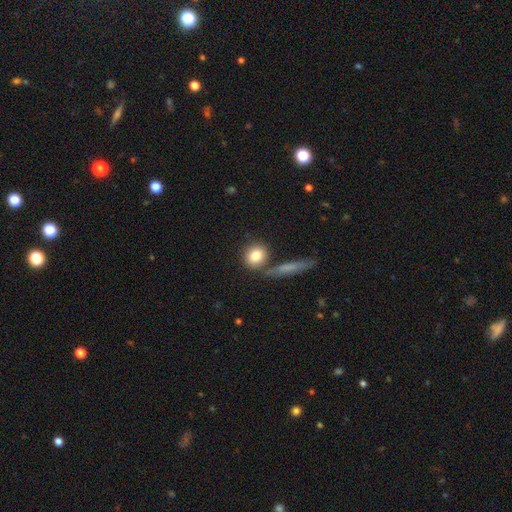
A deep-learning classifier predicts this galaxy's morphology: Q: Smooth or featured?
A: smooth (84%); runner-up: featured or disk (9%)
Q: How rounded?
A: round (76%); runner-up: in between (19%)
Q: Merging?
A: none (68%); runner-up: merger (16%)